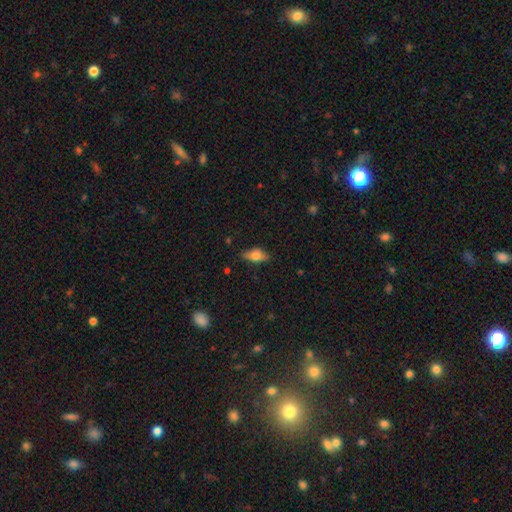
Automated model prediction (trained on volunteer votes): Smooth or featured? smooth (68%)
How rounded? in between (82%)
Merging? none (76%)